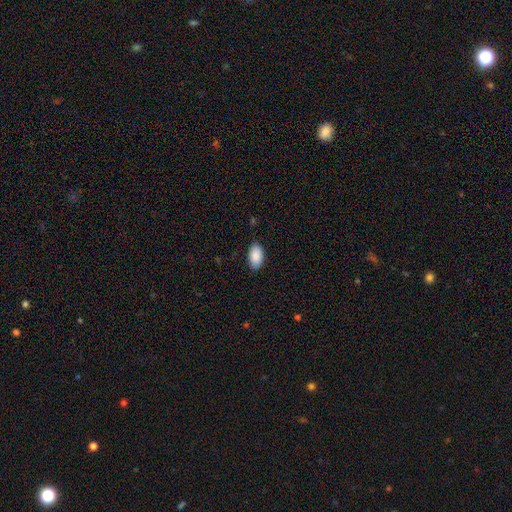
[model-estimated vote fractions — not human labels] Q: Smooth or featured?
A: smooth (90%); runner-up: star or artifact (6%)
Q: How rounded?
A: in between (95%); runner-up: round (3%)
Q: Merging?
A: none (85%); runner-up: minor disturbance (12%)